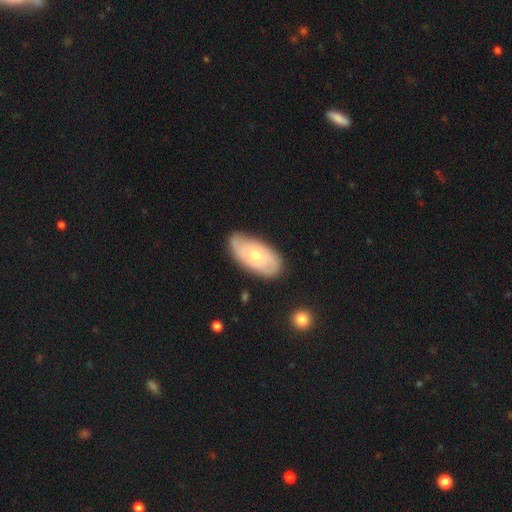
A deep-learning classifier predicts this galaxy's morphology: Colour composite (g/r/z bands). It shows a featured or disk galaxy (49%). Merging: none (74%).